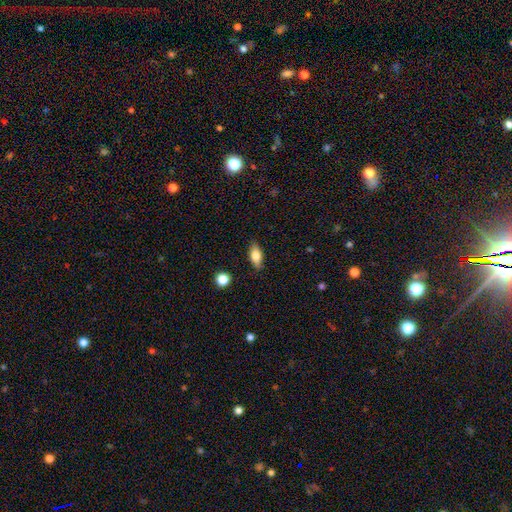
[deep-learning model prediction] Smooth or featured? Predicted: smooth (p=0.73). How rounded? Predicted: in between (p=0.81). Merging? Predicted: none (p=0.85).